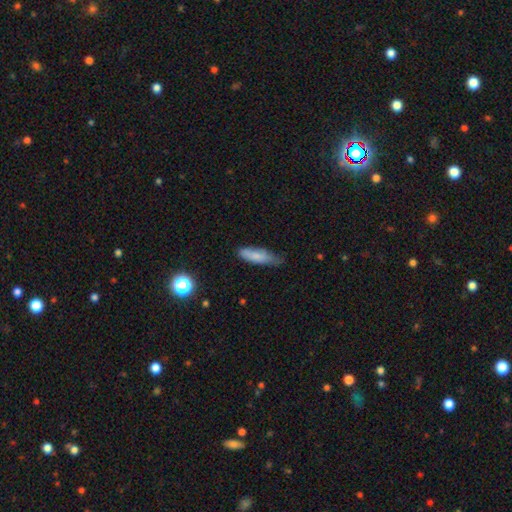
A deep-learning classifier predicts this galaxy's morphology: smooth-or-featured: smooth: 80% | featured or disk: 13% | star or artifact: 8%
  how-rounded: cigar-shaped: 56% | in between: 42% | round: 2%
  merging: none: 53% | minor disturbance: 38% | major disturbance: 8% | merger: 2%